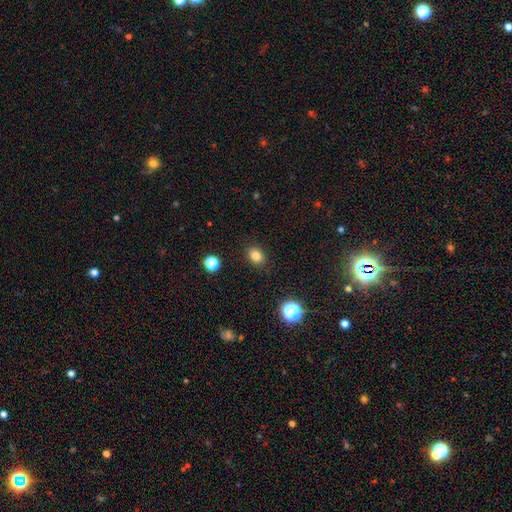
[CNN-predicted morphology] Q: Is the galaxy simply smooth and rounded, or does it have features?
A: smooth — 82%.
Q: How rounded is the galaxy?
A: round — 55%.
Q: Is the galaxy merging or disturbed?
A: none — 89%.